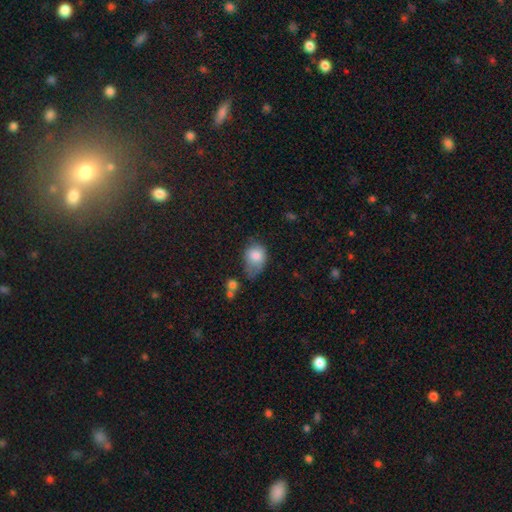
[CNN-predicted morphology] A smooth galaxy with no disk features (79%) that is in between round and cigar-shaped (62%).

Vote fractions:
- Smooth or featured? smooth: 79% / featured or disk: 13% / star or artifact: 8%
- How rounded? in between: 62% / round: 37% / cigar-shaped: 1%
- Merging? minor disturbance: 40% / none: 28% / major disturbance: 24% / merger: 7%